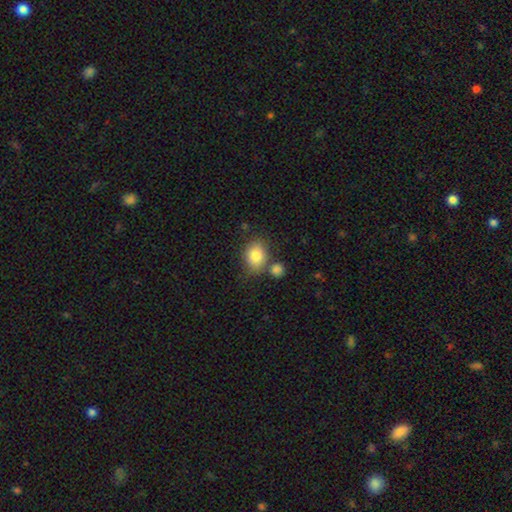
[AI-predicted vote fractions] Overall: smooth (83%). How rounded: in between (54%; round 45%). Merging: none (63%).